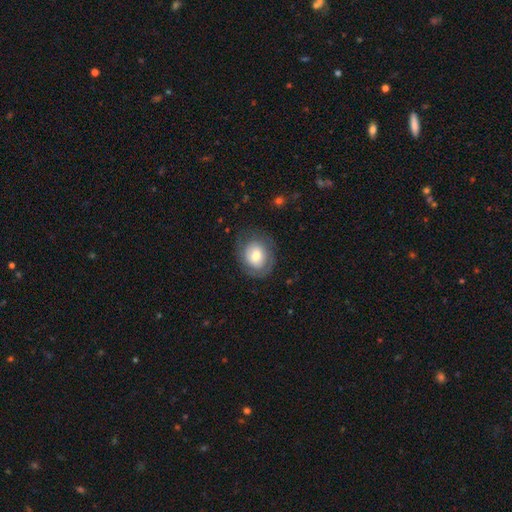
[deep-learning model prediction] A smooth galaxy with no disk features (60%) that is round (60%). Merging: none (72%).